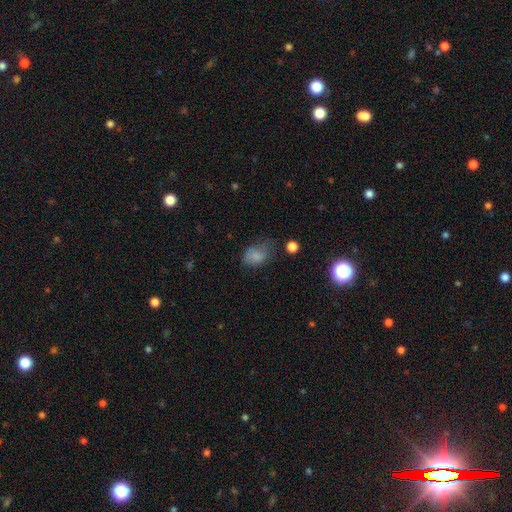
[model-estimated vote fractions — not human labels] smooth-or-featured: smooth: 79% | star or artifact: 11% | featured or disk: 10%
  how-rounded: in between: 77% | round: 22% | cigar-shaped: 1%
  merging: none: 41% | minor disturbance: 36% | major disturbance: 20% | merger: 3%